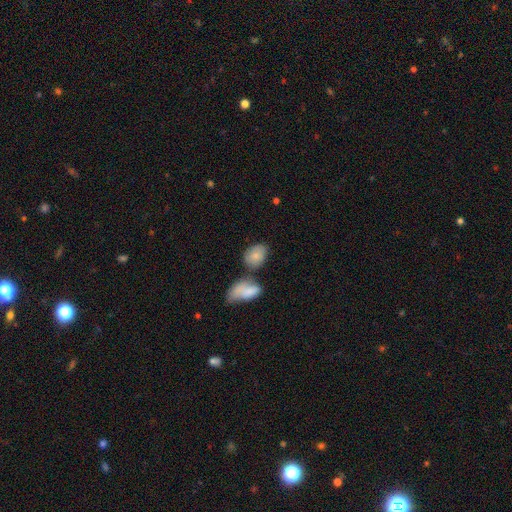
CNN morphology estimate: smooth-or-featured: smooth: 80% | featured or disk: 13% | star or artifact: 7%
  how-rounded: in between: 75% | round: 23% | cigar-shaped: 2%
  merging: none: 51% | merger: 24% | minor disturbance: 18% | major disturbance: 7%